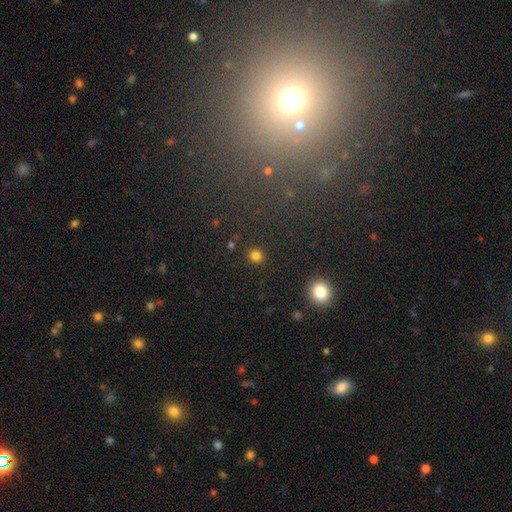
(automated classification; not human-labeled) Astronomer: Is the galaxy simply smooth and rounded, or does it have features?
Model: smooth — 81%.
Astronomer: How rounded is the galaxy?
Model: round — 90%.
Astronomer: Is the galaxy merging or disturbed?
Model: none — 90%.